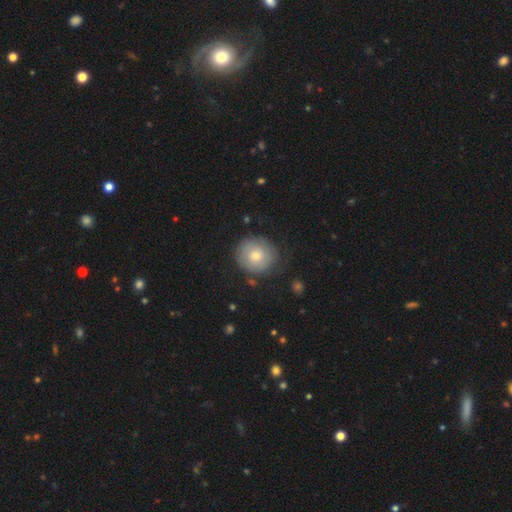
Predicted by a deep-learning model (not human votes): Q: Smooth or featured?
A: smooth (64%); runner-up: featured or disk (29%)
Q: How rounded?
A: round (88%); runner-up: in between (11%)
Q: Merging?
A: none (77%); runner-up: minor disturbance (16%)